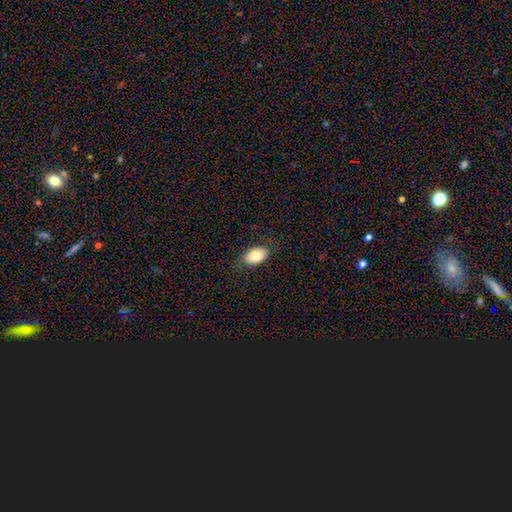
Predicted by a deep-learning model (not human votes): The model was most divided on "smooth or featured": smooth: 80%, featured or disk: 13%, star or artifact: 8%. More confident: how rounded — in between (89%); merging — none (83%).